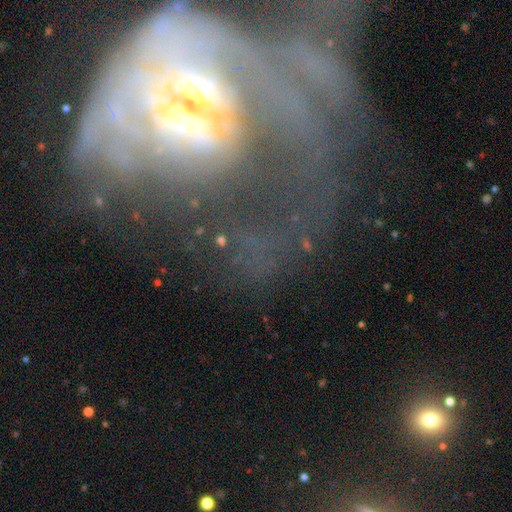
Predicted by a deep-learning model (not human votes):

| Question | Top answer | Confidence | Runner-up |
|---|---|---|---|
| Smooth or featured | featured or disk | 70% | star or artifact (15%) |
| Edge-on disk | no | 93% | yes (7%) |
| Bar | no | 60% | weak (23%) |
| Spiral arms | yes | 61% | no (39%) |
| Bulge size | small | 37% | moderate (35%) |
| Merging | major disturbance | 40% | none (29%) |